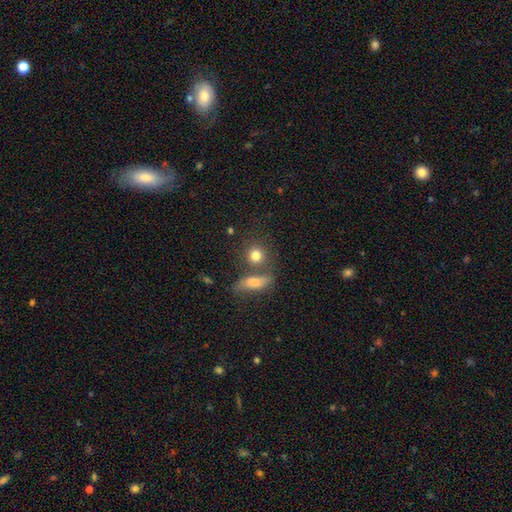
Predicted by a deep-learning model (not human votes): smooth_or_featured: smooth (p=0.80) [alt: star or artifact p=0.10]
how_rounded: round (p=0.77) [alt: in between p=0.20]
merging: none (p=0.60) [alt: merger p=0.23]